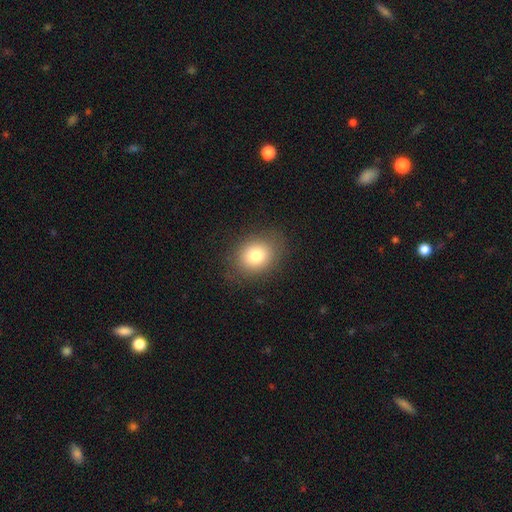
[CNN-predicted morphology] Smooth or featured: smooth — 80% (star or artifact — 10%)
How rounded: in between — 50% (round — 49%)
Merging: none — 84% (minor disturbance — 11%)